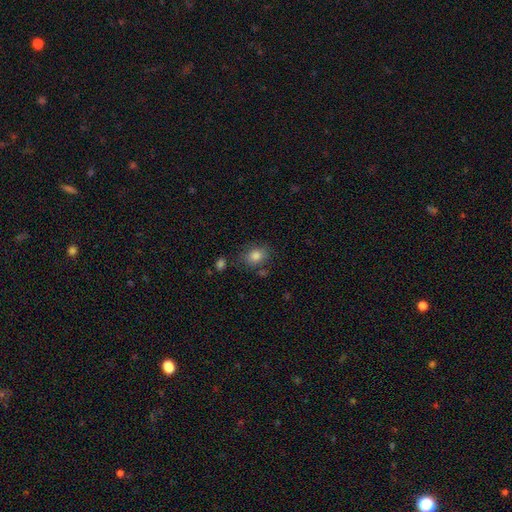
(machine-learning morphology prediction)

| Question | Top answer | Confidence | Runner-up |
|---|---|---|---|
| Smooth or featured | smooth | 83% | star or artifact (10%) |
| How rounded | in between | 53% | round (46%) |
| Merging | none | 74% | minor disturbance (16%) |